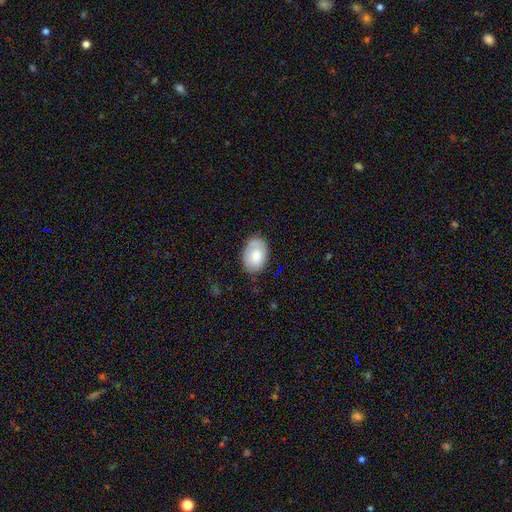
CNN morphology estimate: Smooth or featured: smooth — 72% (featured or disk — 21%)
How rounded: in between — 86% (round — 13%)
Merging: none — 74% (minor disturbance — 20%)